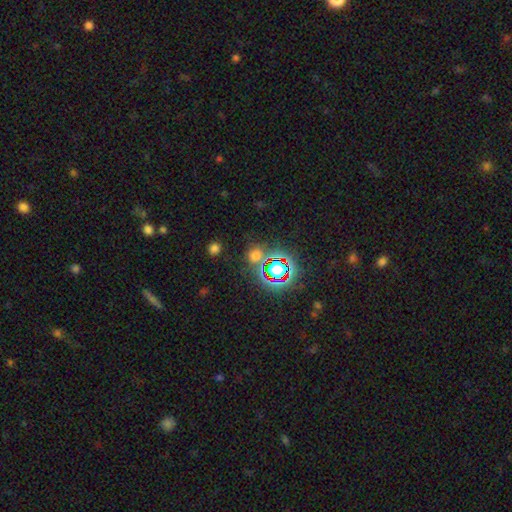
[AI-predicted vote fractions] Overall: smooth (52%; star or artifact 41%). How rounded: round (84%). Merging: none (75%).